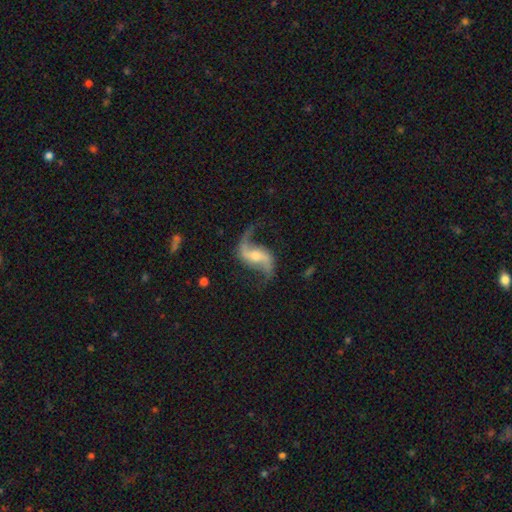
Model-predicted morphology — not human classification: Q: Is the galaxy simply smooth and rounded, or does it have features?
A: featured or disk — 91%.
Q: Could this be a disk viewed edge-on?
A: no — 97%.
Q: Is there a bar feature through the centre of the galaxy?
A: weak — 39%.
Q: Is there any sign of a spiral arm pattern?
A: yes — 97%.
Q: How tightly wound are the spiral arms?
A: loose — 83%.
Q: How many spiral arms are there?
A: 2 — 93%.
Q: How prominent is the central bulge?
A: moderate — 50%.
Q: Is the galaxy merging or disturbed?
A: none — 76%.